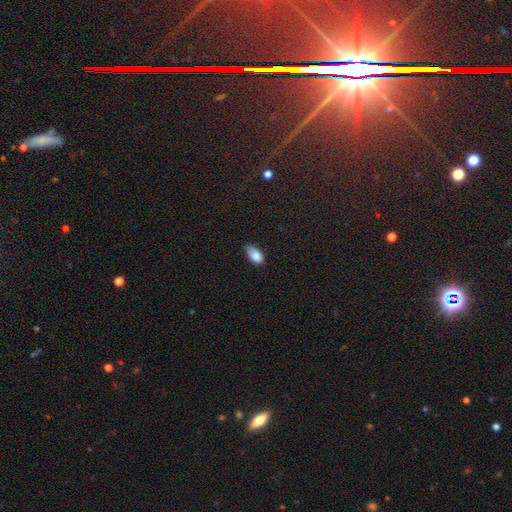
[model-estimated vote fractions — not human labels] A smooth galaxy with no disk features (85%) that is in between round and cigar-shaped (93%). Merging: none (46%).